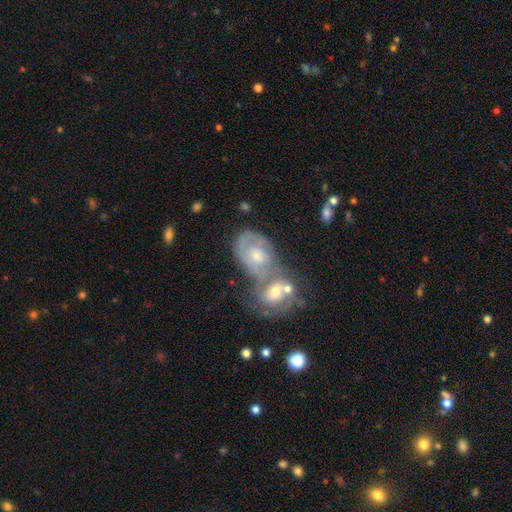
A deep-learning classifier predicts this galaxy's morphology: type=featured or disk (65%); edge-on=no (96%); bar=no (72%); spiral arms=yes (70%); bulge=moderate (55%); merging=merger (61%).